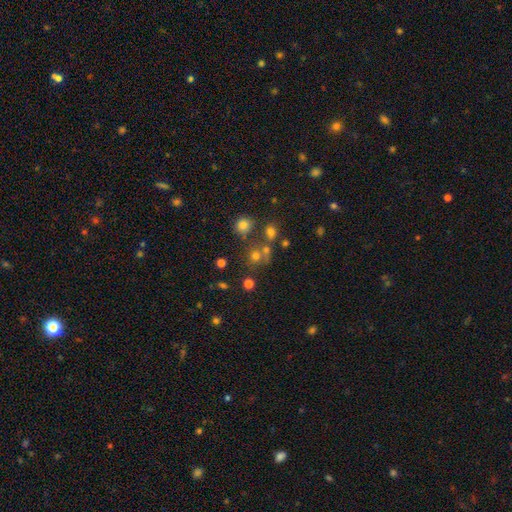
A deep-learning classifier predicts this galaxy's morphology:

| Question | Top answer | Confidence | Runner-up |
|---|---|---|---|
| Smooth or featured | smooth | 65% | star or artifact (25%) |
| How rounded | round | 86% | in between (12%) |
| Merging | none | 61% | merger (24%) |